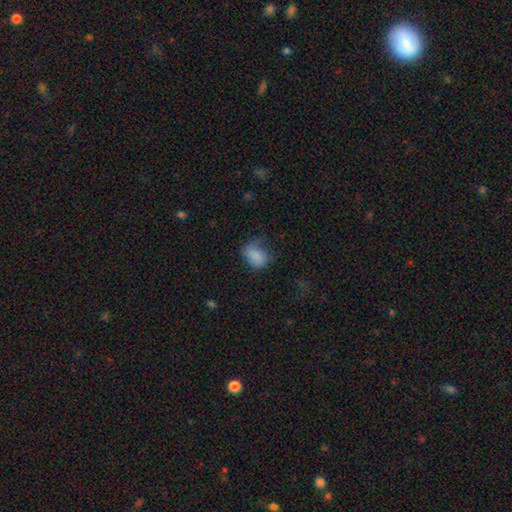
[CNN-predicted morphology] This is clearly a smooth galaxy (82%). How rounded: likely in between (71%). Merging: possibly none (45%).